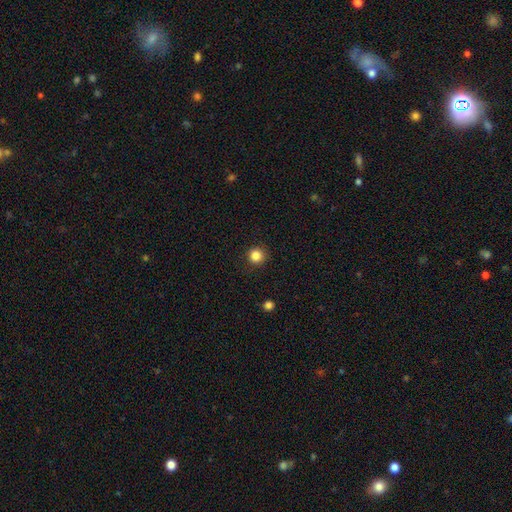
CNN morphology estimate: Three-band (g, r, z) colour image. It shows a smooth galaxy with no disk features (85%) that is round (95%). Merging: none (91%).